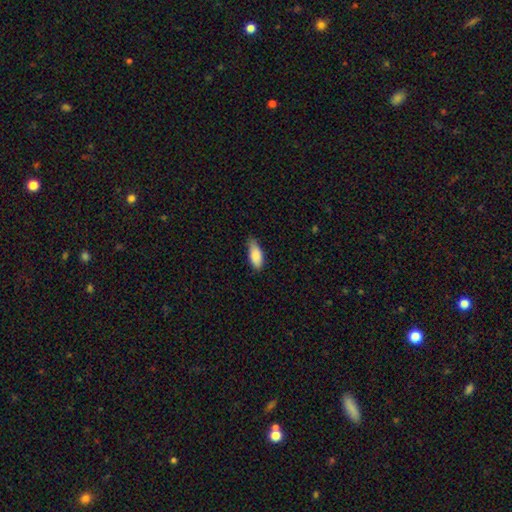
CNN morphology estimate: The model was most divided on "merging": none: 61%, minor disturbance: 33%, major disturbance: 5%, merger: 1%. More confident: smooth or featured — smooth (87%); how rounded — in between (81%).